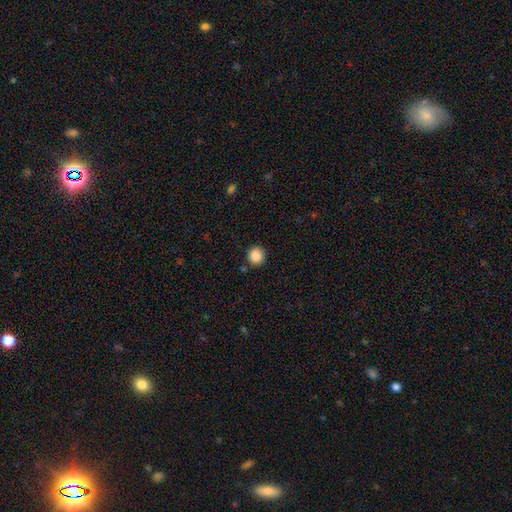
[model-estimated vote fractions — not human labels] smooth 88%, star or artifact 9%, featured or disk 3%. Down the decision tree: how rounded — round (92%); merging — none (89%).